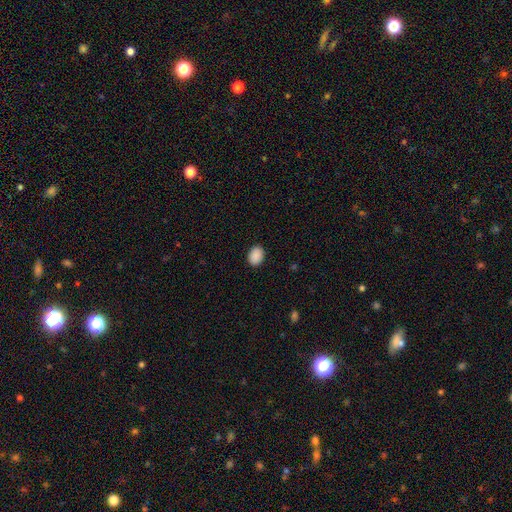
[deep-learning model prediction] Smooth or featured?
  - smooth: 90% *
  - star or artifact: 7%
  - featured or disk: 2%
How rounded?
  - in between: 72% *
  - round: 27%
  - cigar-shaped: 1%
Merging?
  - none: 89% *
  - minor disturbance: 8%
  - major disturbance: 2%
  - merger: 1%